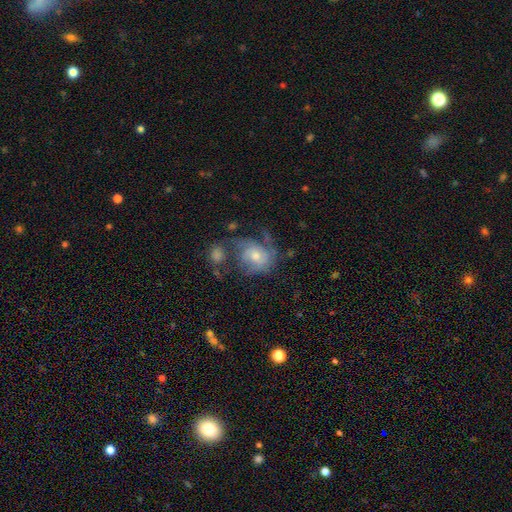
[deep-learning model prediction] A featured or disk galaxy (65%) with no bar (75%), tight (41%) spiral arms (81%) and a moderate central bulge (55%). Merging: none (40%).